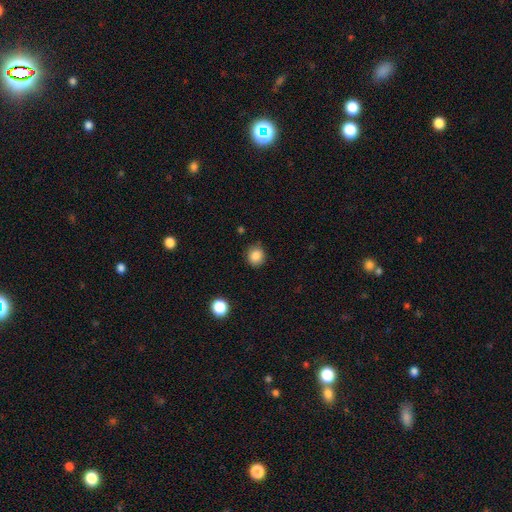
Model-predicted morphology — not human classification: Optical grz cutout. It shows a smooth galaxy with no disk features (86%) that is round (82%). Merging: none (85%).